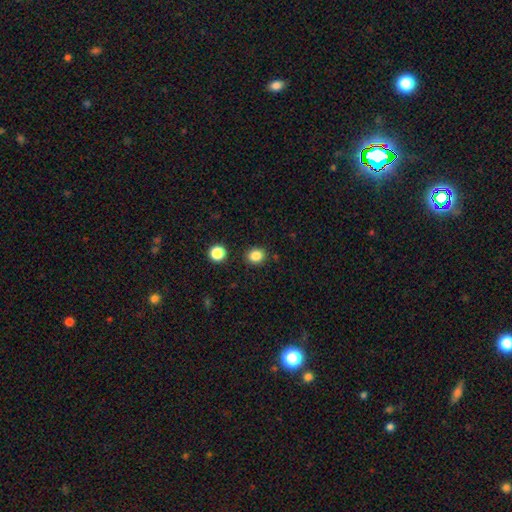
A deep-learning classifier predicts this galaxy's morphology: smooth 85%, star or artifact 11%, featured or disk 4%. Down the decision tree: how rounded — round (73%); merging — none (88%).